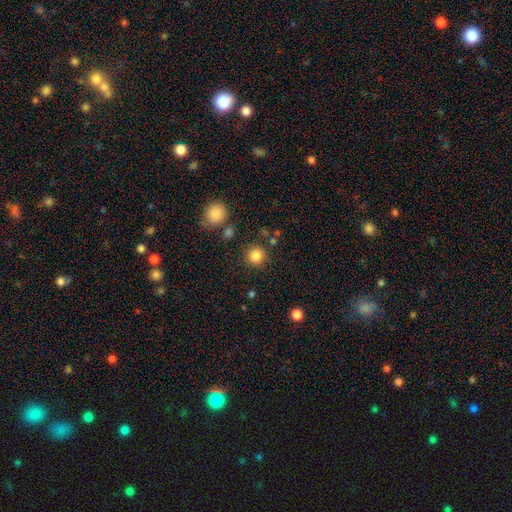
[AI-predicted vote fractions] This is clearly a smooth galaxy (84%). How rounded: clearly round (94%). Merging: clearly none (86%).